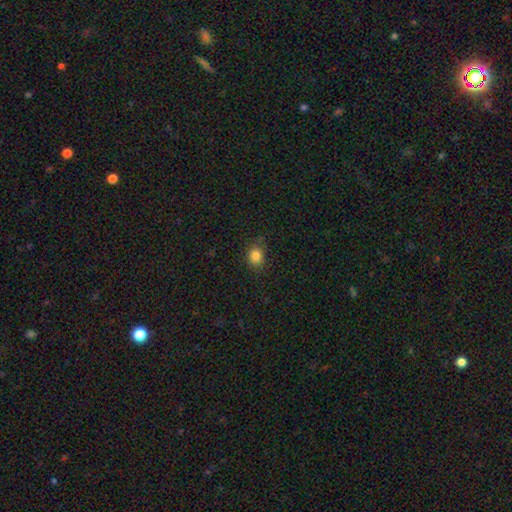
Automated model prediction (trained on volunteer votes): This appears to be a smooth galaxy with no disk features (83%) that is round (68%). Merging: none (84%).